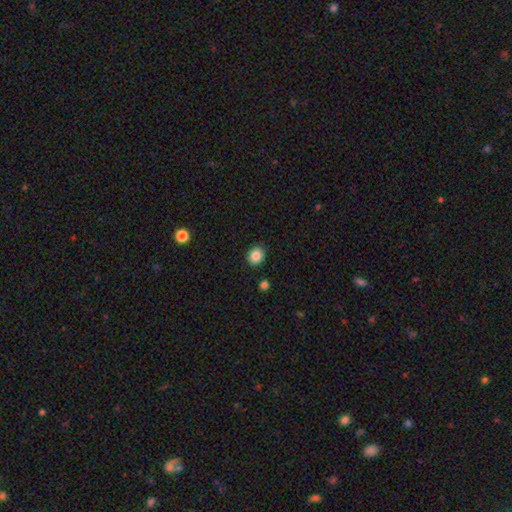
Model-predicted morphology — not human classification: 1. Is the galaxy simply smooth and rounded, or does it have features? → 86% smooth, 9% star or artifact, 4% featured or disk.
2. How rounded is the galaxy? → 71% round, 28% in between, 1% cigar-shaped.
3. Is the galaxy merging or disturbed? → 88% none, 8% minor disturbance, 2% major disturbance, 2% merger.